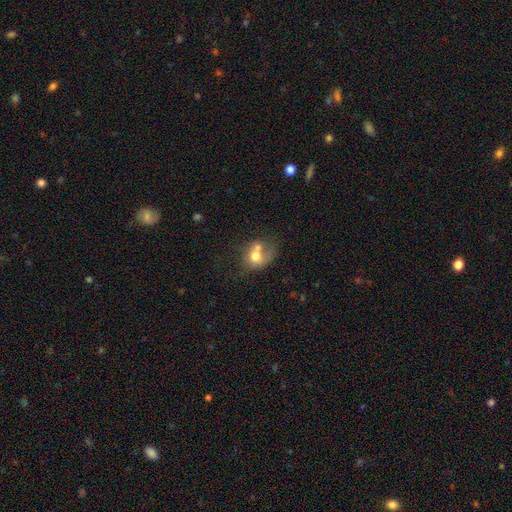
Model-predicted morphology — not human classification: type=smooth (64%); roundness=round (51%); merging=merger (50%).